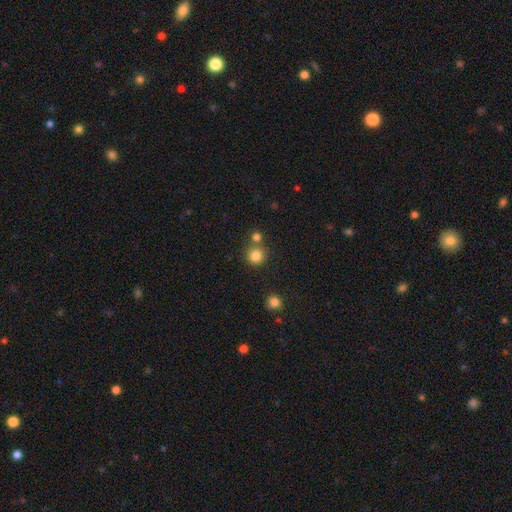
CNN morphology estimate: Smooth or featured?
  - smooth: 82% *
  - star or artifact: 13%
  - featured or disk: 6%
How rounded?
  - round: 93% *
  - in between: 6%
  - cigar-shaped: 1%
Merging?
  - none: 70% *
  - merger: 19%
  - minor disturbance: 8%
  - major disturbance: 3%